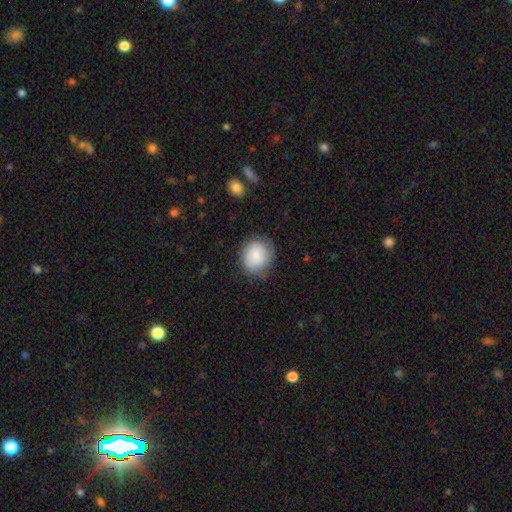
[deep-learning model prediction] Morphology: type=smooth (85%); roundness=round (73%); merging=none (80%).